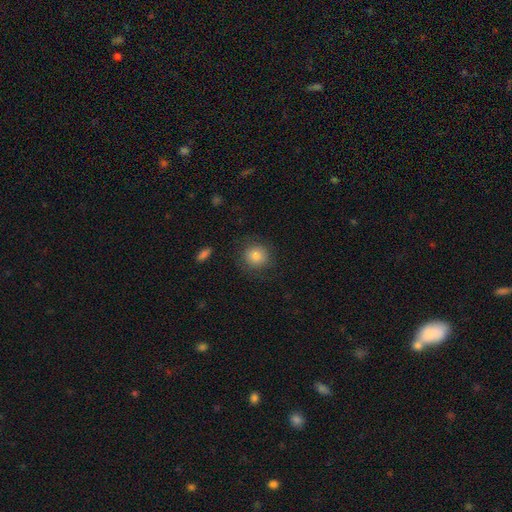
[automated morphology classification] type=smooth (83%); roundness=round (91%); merging=none (82%).